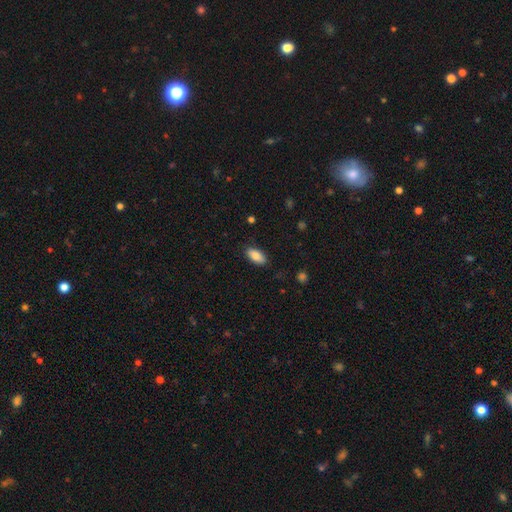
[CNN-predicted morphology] Smooth or featured? smooth (86%)
How rounded? in between (91%)
Merging? none (86%)